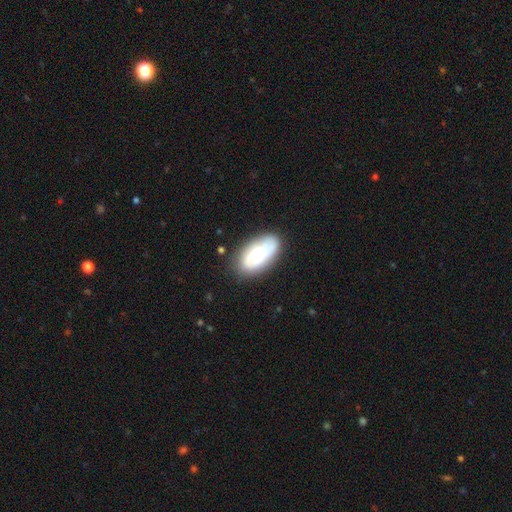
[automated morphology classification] Q: Smooth or featured?
A: smooth (50%); runner-up: featured or disk (42%)
Q: How rounded?
A: in between (92%); runner-up: round (4%)
Q: Merging?
A: none (70%); runner-up: minor disturbance (20%)